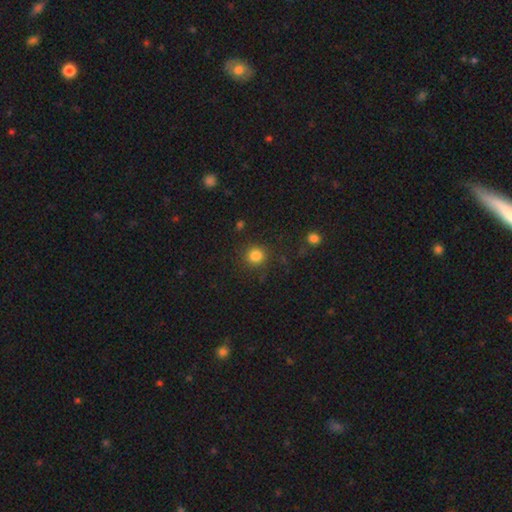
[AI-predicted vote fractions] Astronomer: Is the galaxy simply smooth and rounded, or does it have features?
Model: smooth — 83%.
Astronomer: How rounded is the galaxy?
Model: round — 91%.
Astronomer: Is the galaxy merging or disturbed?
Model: none — 86%.